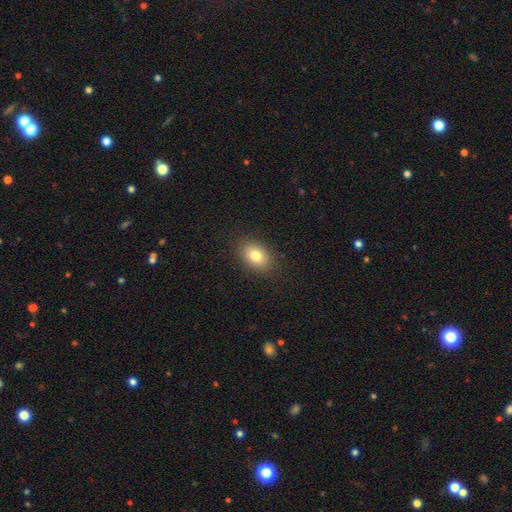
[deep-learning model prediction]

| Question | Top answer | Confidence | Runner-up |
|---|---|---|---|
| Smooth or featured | smooth | 79% | featured or disk (11%) |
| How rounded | in between | 78% | round (20%) |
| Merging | none | 88% | minor disturbance (9%) |